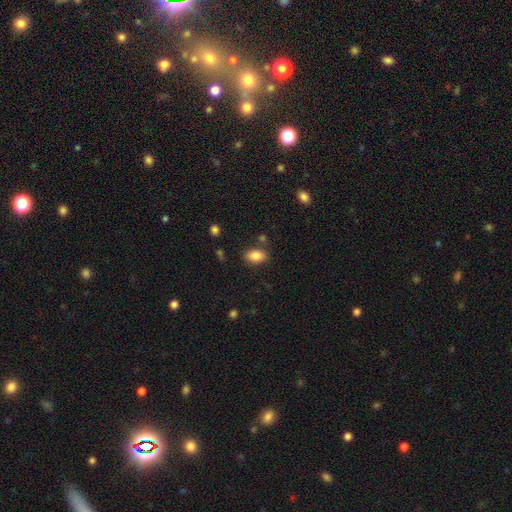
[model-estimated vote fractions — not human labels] A smooth galaxy with no disk features (86%) that is in between round and cigar-shaped (90%). Merging: none (81%).